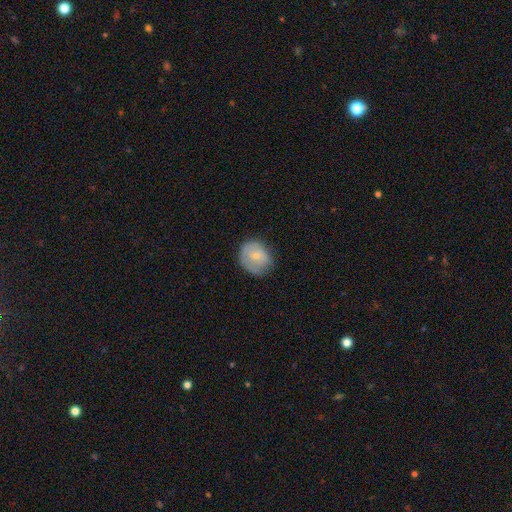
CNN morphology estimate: Overall: smooth (69%). How rounded: round (70%). Merging: none (64%; minor disturbance 25%).